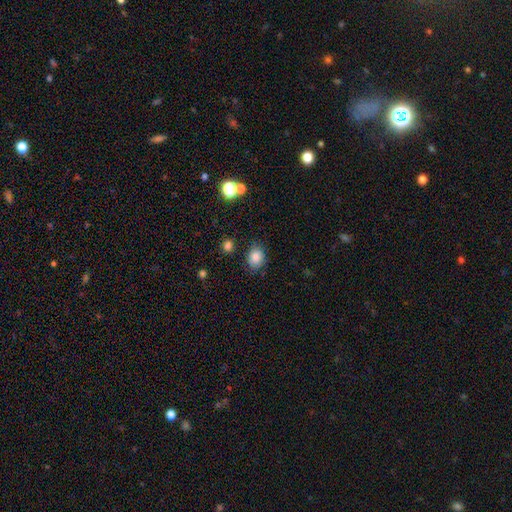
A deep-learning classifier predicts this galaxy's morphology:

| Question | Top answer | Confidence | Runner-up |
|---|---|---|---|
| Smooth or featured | smooth | 83% | star or artifact (10%) |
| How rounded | round | 54% | in between (45%) |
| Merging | none | 76% | minor disturbance (17%) |